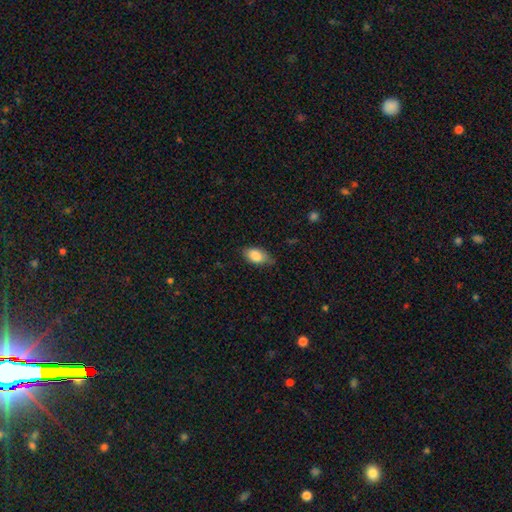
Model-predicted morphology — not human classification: A smooth galaxy with no disk features (85%) that is in between round and cigar-shaped (92%). Merging: none (70%).